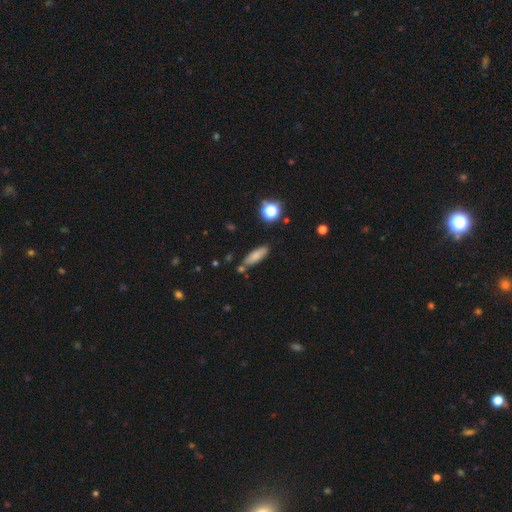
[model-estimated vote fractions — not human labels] This appears to be a smooth galaxy with no disk features (78%) that is in between round and cigar-shaped (52%). Merging: none (77%).